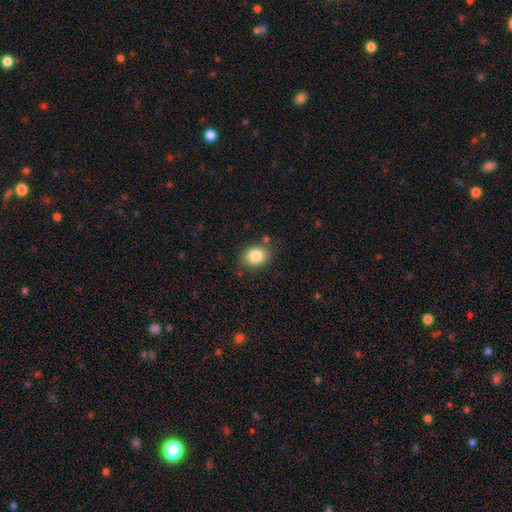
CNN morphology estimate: Smooth or featured: smooth — 84% (star or artifact — 9%)
How rounded: in between — 50% (round — 49%)
Merging: none — 80% (minor disturbance — 13%)